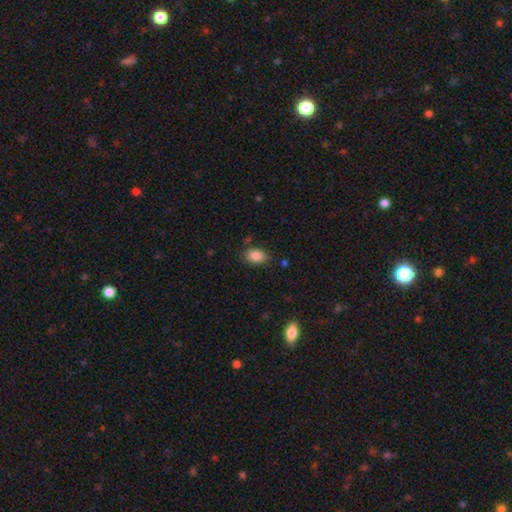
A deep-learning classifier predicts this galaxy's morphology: This is clearly a smooth galaxy (86%). How rounded: clearly in between (83%). Merging: likely none (79%).